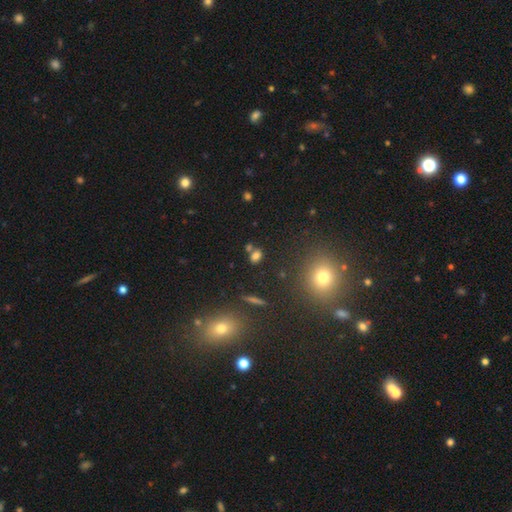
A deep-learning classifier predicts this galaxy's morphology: Q: Smooth or featured?
A: smooth (70%); runner-up: star or artifact (20%)
Q: How rounded?
A: in between (61%); runner-up: round (35%)
Q: Merging?
A: none (63%); runner-up: merger (23%)